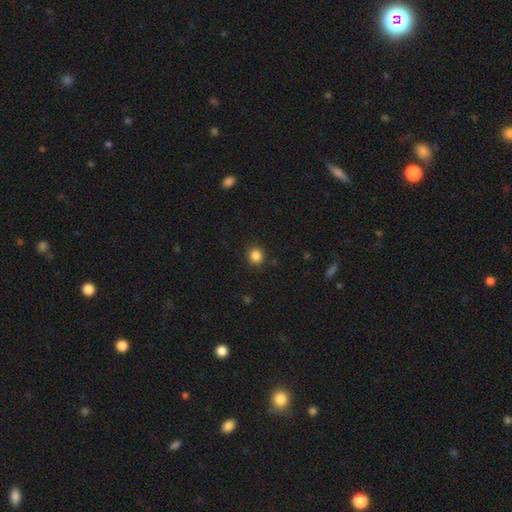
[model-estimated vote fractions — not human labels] Smooth or featured? smooth (85%)
How rounded? round (87%)
Merging? none (90%)